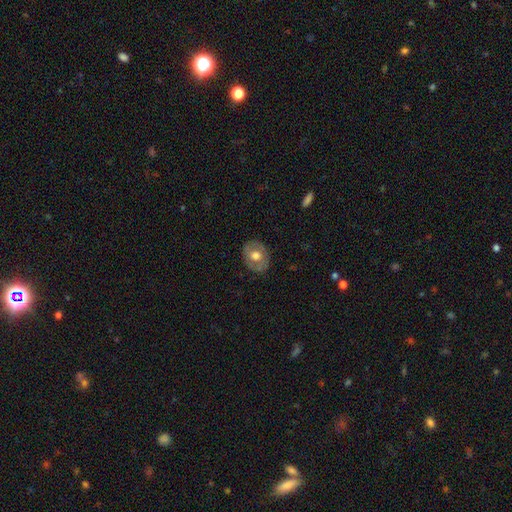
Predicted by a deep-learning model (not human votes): smooth-or-featured: smooth: 52% | featured or disk: 41% | star or artifact: 7%
  how-rounded: round: 55% | in between: 44% | cigar-shaped: 1%
  merging: none: 82% | minor disturbance: 13% | major disturbance: 4% | merger: 1%